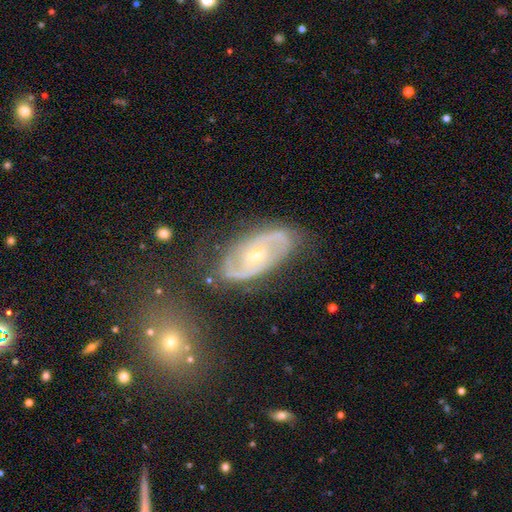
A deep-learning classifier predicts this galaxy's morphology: The model was most divided on "spiral winding": medium: 45%, tight: 39%, loose: 16%. More confident: edge-on disk — no (95%); spiral arms — yes (90%); smooth or featured — featured or disk (85%); spiral arm count — 2 (79%); merging — none (76%); bulge size — small (63%); bar — no (59%).